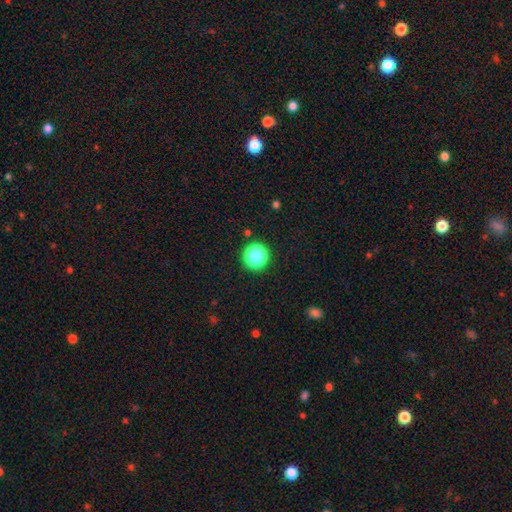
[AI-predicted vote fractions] Q: Smooth or featured?
A: smooth (89%); runner-up: star or artifact (8%)
Q: How rounded?
A: round (96%); runner-up: in between (3%)
Q: Merging?
A: none (91%); runner-up: minor disturbance (6%)